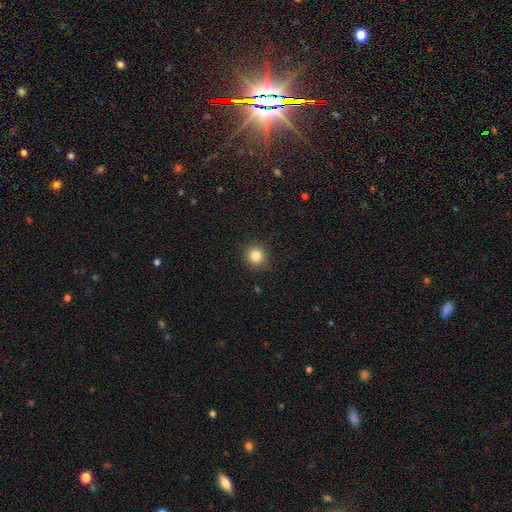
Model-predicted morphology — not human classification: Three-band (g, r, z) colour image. It shows a smooth galaxy with no disk features (84%) that is round (92%). Merging: none (90%).